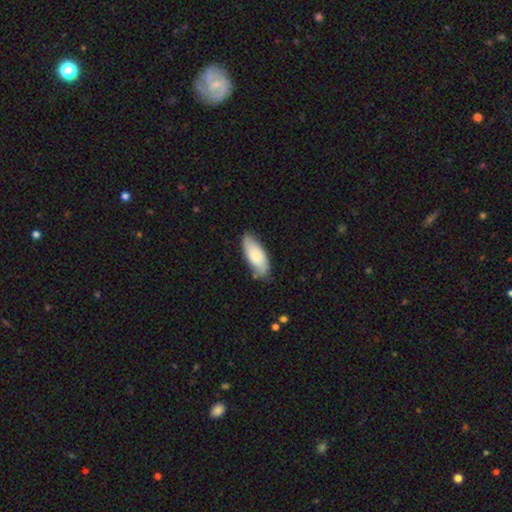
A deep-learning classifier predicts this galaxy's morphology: smooth 79%, featured or disk 16%, star or artifact 6%. Down the decision tree: how rounded — in between (80%); merging — none (76%).